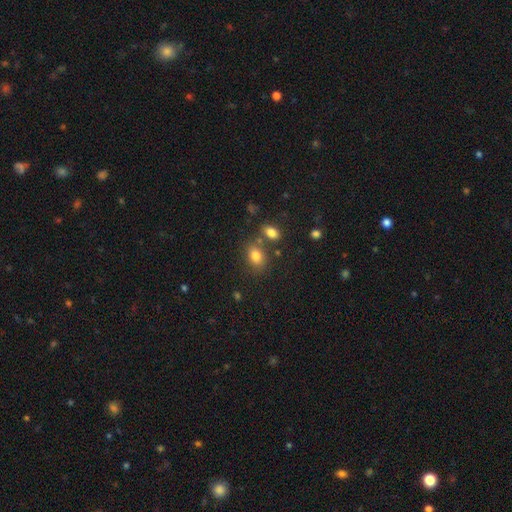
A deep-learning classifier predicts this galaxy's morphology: Q: Smooth or featured?
A: smooth (81%); runner-up: star or artifact (10%)
Q: How rounded?
A: in between (73%); runner-up: round (26%)
Q: Merging?
A: none (68%); runner-up: merger (15%)